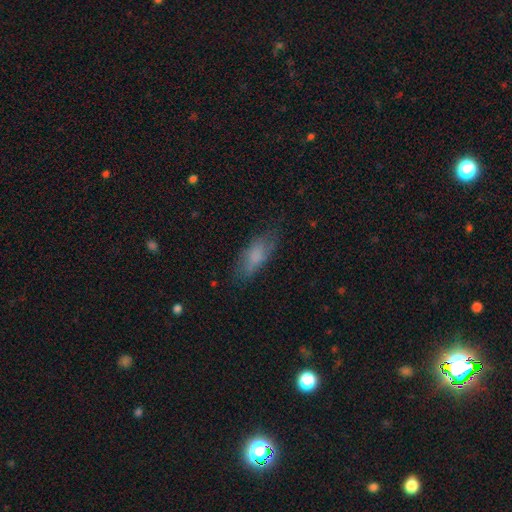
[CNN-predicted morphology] Smooth or featured? smooth (73%)
How rounded? in between (70%)
Merging? none (68%)